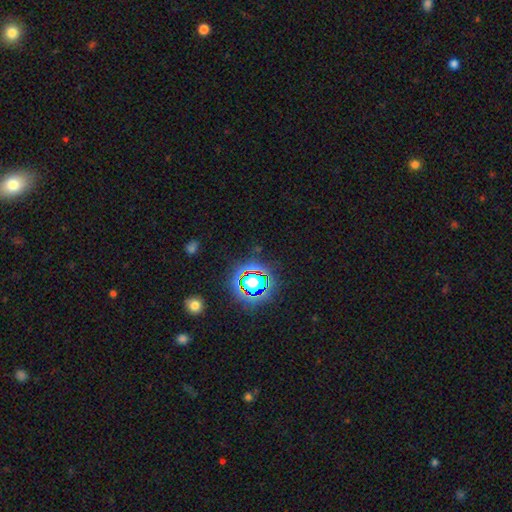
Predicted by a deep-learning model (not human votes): star or artifact 77%, smooth 14%, featured or disk 8%.